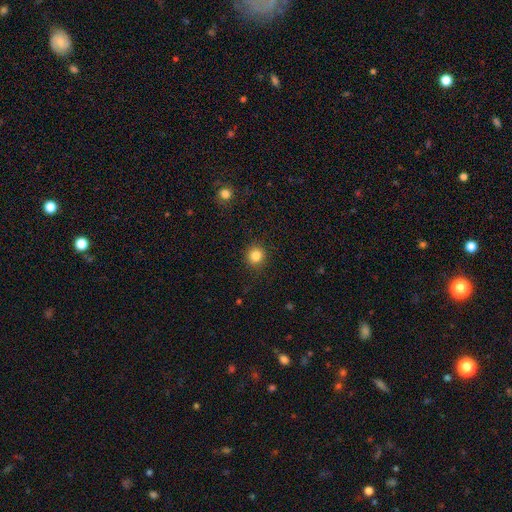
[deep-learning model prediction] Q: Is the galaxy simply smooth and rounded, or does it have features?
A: smooth — 84%.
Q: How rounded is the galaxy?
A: round — 92%.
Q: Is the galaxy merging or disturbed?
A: none — 91%.